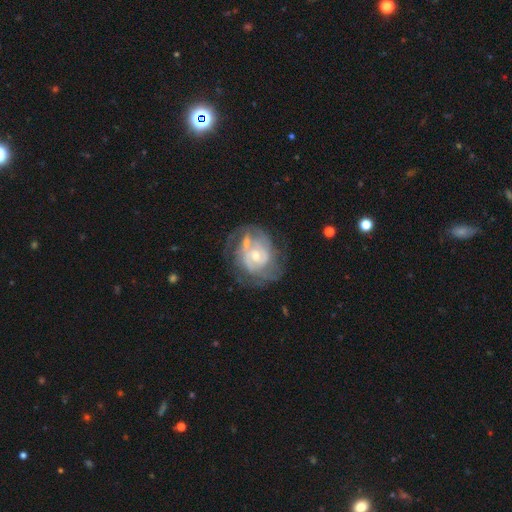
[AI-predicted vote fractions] Overall: featured or disk (79%). Edge-on disk: no (97%). Bar: no (67%; weak 28%). Spiral arms: yes (82%). Spiral arm count: can't tell (42%; 2 30%). Spiral winding: tight (59%; medium 30%). Bulge size: small (48%; moderate 46%). Merging: none (47%; minor disturbance 21%).